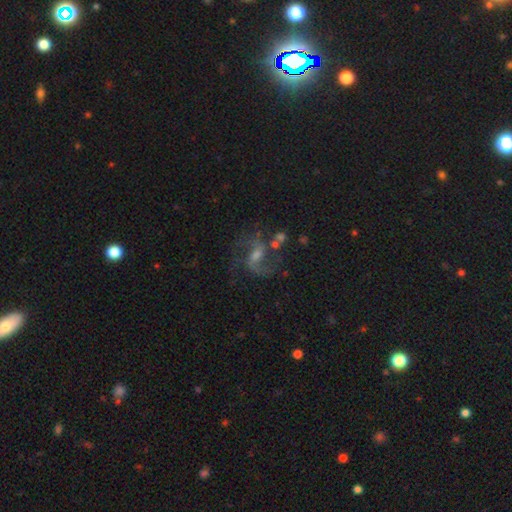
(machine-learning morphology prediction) Q: Smooth or featured?
A: featured or disk (77%); runner-up: star or artifact (14%)
Q: Edge-on disk?
A: no (97%); runner-up: yes (3%)
Q: Bar?
A: weak (51%); runner-up: no (32%)
Q: Spiral arms?
A: yes (93%); runner-up: no (7%)
Q: Spiral winding?
A: loose (50%); runner-up: medium (41%)
Q: Spiral arm count?
A: 2 (76%); runner-up: can't tell (8%)
Q: Bulge size?
A: small (46%); runner-up: moderate (40%)
Q: Merging?
A: none (58%); runner-up: major disturbance (17%)